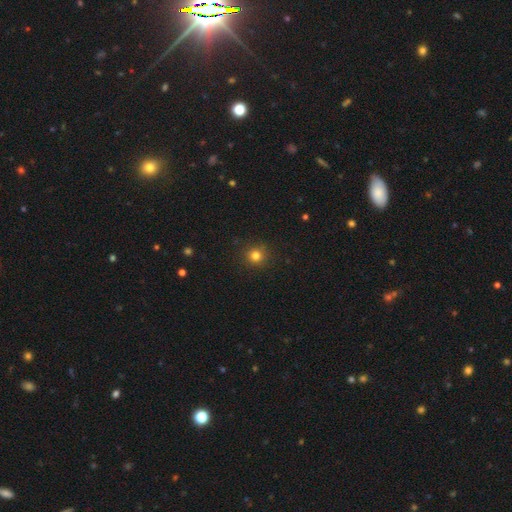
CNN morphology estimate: Overall: smooth (81%). How rounded: round (93%). Merging: none (90%).